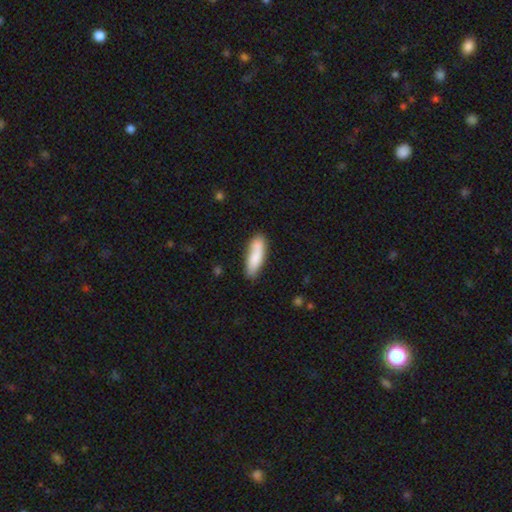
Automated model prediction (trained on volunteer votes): smooth-or-featured: smooth: 82% | featured or disk: 13% | star or artifact: 6%
  how-rounded: cigar-shaped: 52% | in between: 46% | round: 2%
  merging: none: 74% | minor disturbance: 16% | merger: 6% | major disturbance: 3%